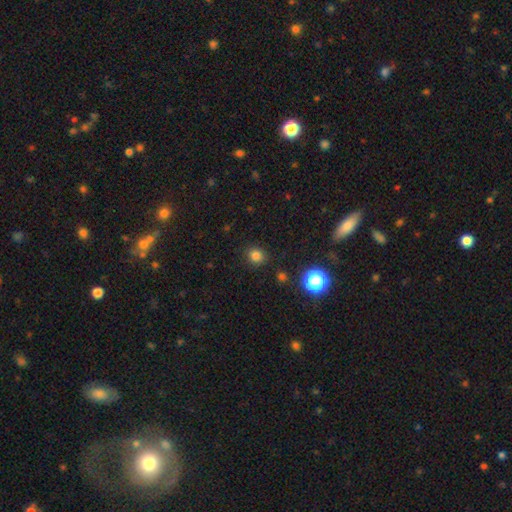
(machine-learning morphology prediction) A smooth galaxy with no disk features (80%) that is round (84%). Merging: none (89%).